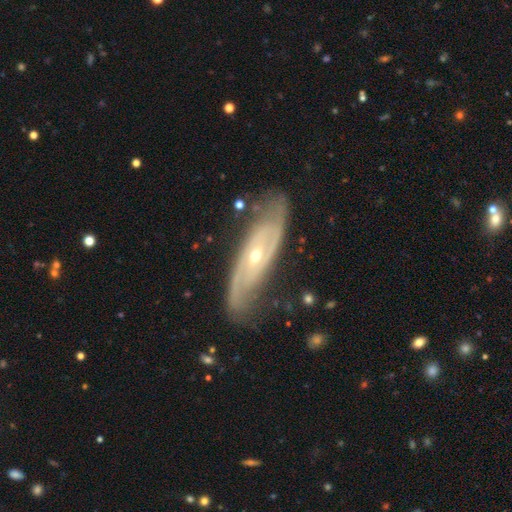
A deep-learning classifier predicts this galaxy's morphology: type=featured or disk (85%); edge-on=no (84%); bar=no (59%); spiral arms=yes (93%); winding=tight (41%); arm count=2 (71%); bulge=small (61%); merging=none (72%).